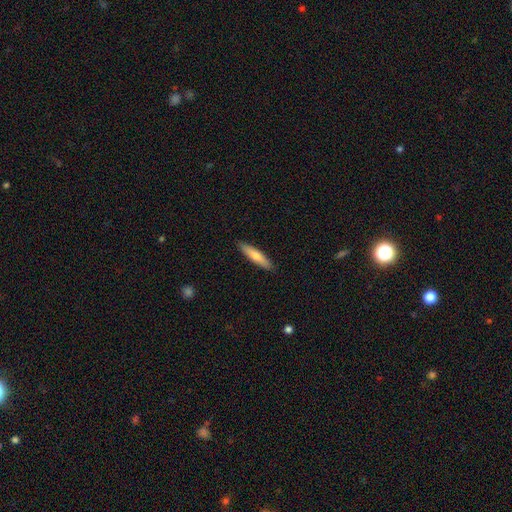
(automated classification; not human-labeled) A smooth galaxy with no disk features (70%) that is cigar-shaped (83%).

Vote fractions:
- Smooth or featured? smooth: 70% / featured or disk: 24% / star or artifact: 6%
- How rounded? cigar-shaped: 83% / in between: 15% / round: 1%
- Merging? none: 90% / minor disturbance: 8% / major disturbance: 2% / merger: 1%